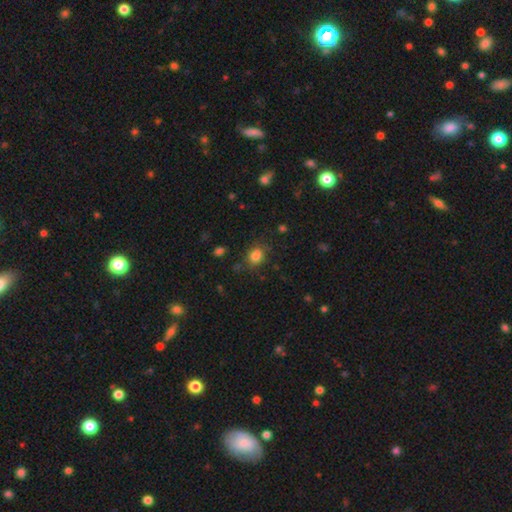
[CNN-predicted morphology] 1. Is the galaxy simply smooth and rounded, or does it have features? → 81% smooth, 12% star or artifact, 7% featured or disk.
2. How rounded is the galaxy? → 54% in between, 45% round, 1% cigar-shaped.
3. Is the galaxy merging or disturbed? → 73% none, 17% minor disturbance, 6% major disturbance, 4% merger.